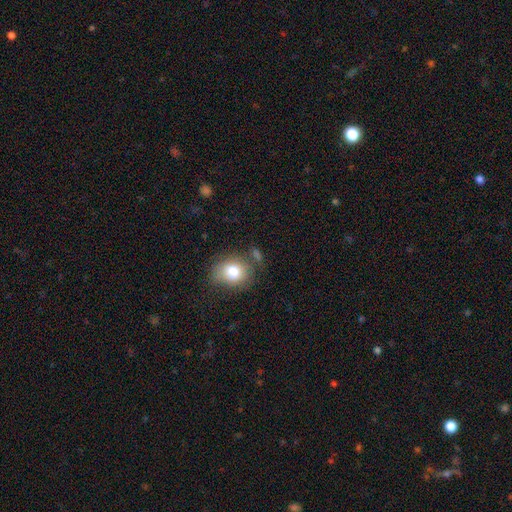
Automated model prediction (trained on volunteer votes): A smooth galaxy with no disk features (75%) that is round (64%). Merging: none (68%).